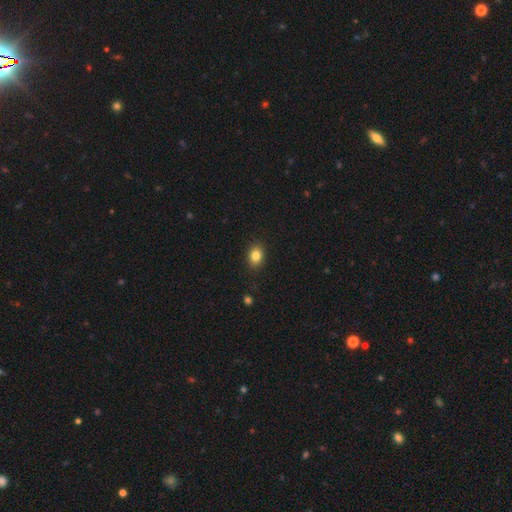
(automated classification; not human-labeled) The model was most divided on "how rounded": in between: 68%, round: 31%, cigar-shaped: 1%. More confident: merging — none (88%); smooth or featured — smooth (84%).